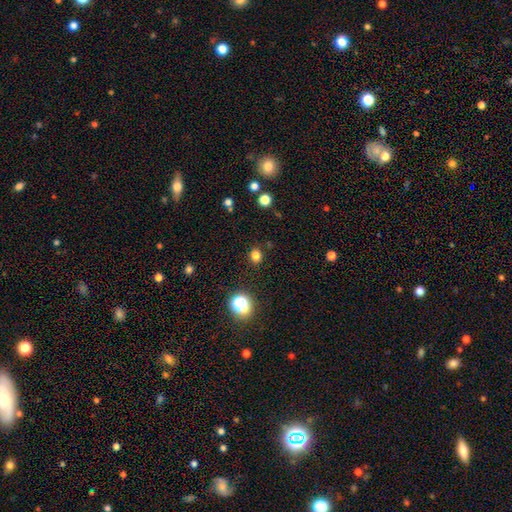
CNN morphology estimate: This appears to be a smooth galaxy with no disk features (79%) that is round (72%). Merging: none (87%).